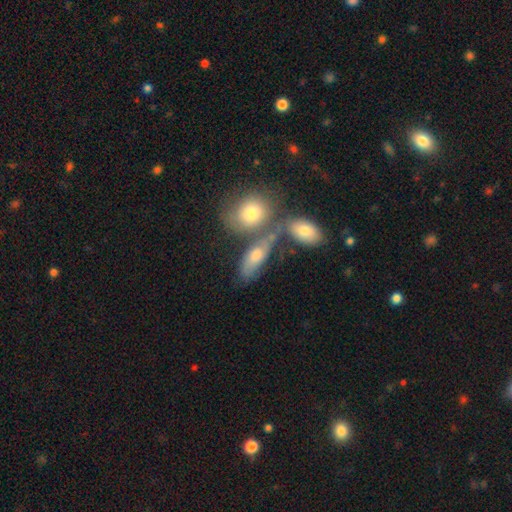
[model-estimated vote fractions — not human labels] smooth 66%, featured or disk 24%, star or artifact 11%. Down the decision tree: how rounded — in between (70%); merging — none (45%).